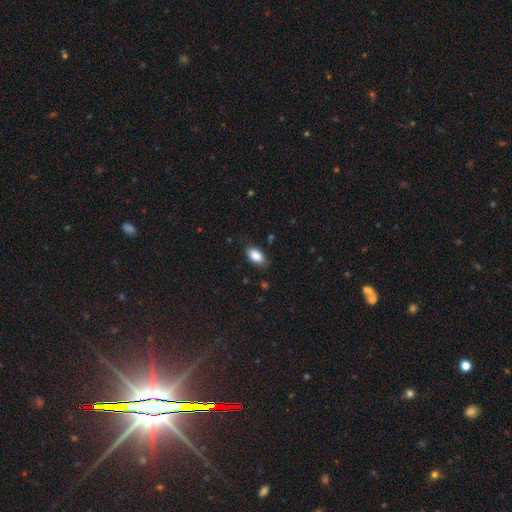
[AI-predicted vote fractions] This is clearly a smooth galaxy (88%). How rounded: clearly in between (93%). Merging: clearly none (82%).